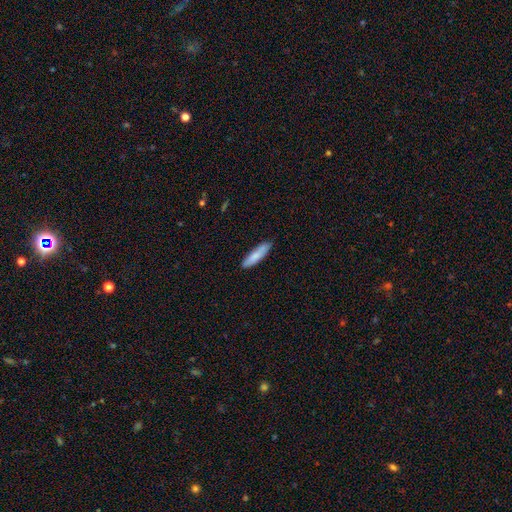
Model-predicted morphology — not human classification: Smooth or featured? smooth (81%)
How rounded? cigar-shaped (71%)
Merging? none (86%)